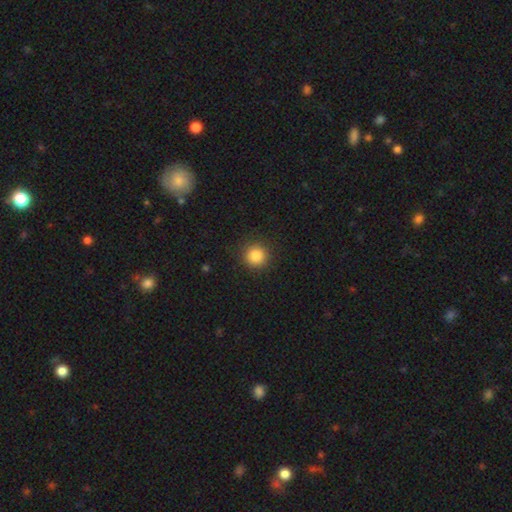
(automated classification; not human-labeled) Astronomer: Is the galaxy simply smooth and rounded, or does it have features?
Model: smooth — 85%.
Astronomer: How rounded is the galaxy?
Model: round — 94%.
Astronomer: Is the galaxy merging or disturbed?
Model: none — 90%.